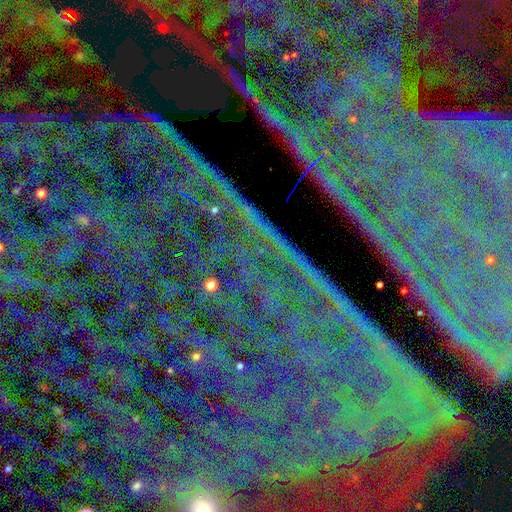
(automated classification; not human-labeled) Smooth or featured: star or artifact — 85% (featured or disk — 8%)